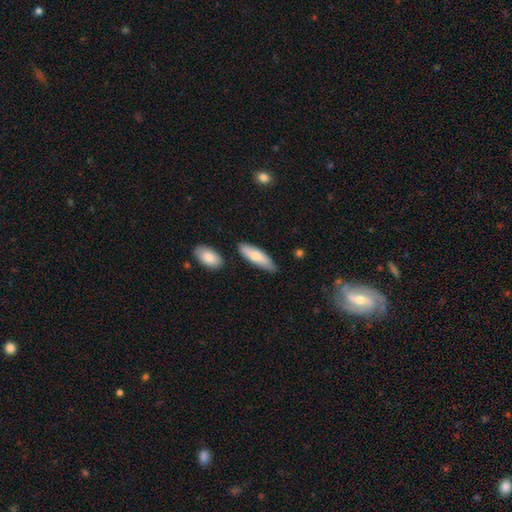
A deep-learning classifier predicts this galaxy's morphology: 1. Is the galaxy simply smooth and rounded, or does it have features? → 77% smooth, 17% featured or disk, 6% star or artifact.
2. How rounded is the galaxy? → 53% in between, 45% cigar-shaped, 2% round.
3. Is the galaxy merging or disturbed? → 74% none, 18% minor disturbance, 5% merger, 3% major disturbance.